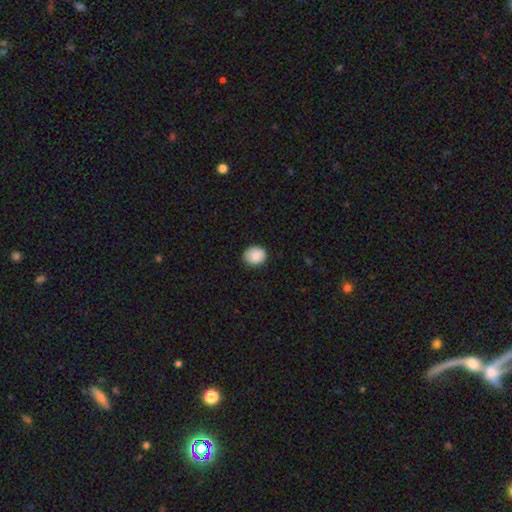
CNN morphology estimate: Smooth or featured? smooth (88%)
How rounded? round (70%)
Merging? none (85%)